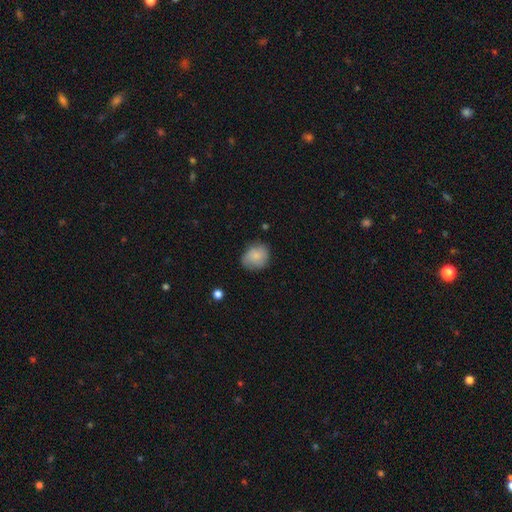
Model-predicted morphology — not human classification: smooth_or_featured: smooth (p=0.79) [alt: featured or disk p=0.14]
how_rounded: round (p=0.62) [alt: in between p=0.37]
merging: none (p=0.68) [alt: minor disturbance p=0.25]